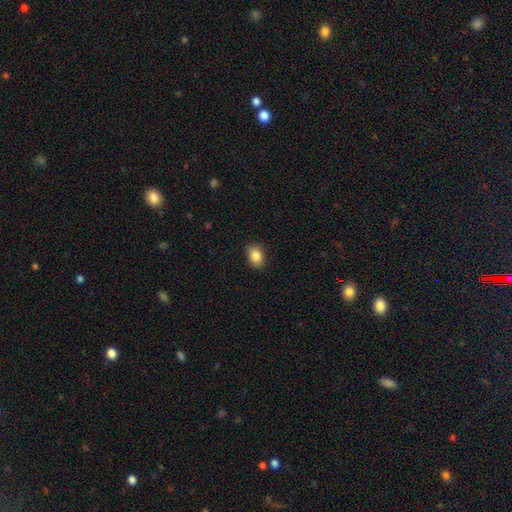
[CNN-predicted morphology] smooth 87%, star or artifact 8%, featured or disk 5%. Down the decision tree: how rounded — in between (82%); merging — none (87%).